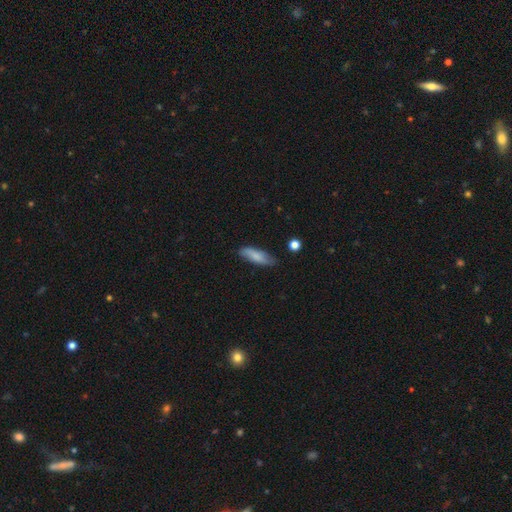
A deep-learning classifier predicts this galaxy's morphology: A smooth galaxy with no disk features (78%) that is cigar-shaped (49%, tied with in between).

Vote fractions:
- Smooth or featured? smooth: 78% / featured or disk: 16% / star or artifact: 6%
- How rounded? cigar-shaped: 49% (tied) / in between: 49% (tied) / round: 2%
- Merging? none: 74% / minor disturbance: 20% / major disturbance: 4% / merger: 2%